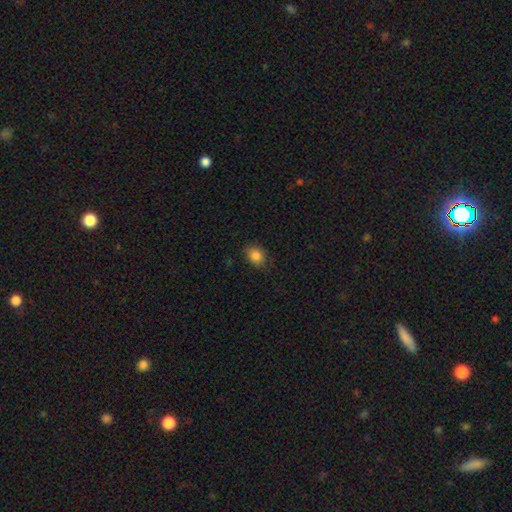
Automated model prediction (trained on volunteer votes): Smooth or featured?
  - smooth: 84% *
  - star or artifact: 10%
  - featured or disk: 5%
How rounded?
  - in between: 52% *
  - round: 47%
  - cigar-shaped: 1%
Merging?
  - none: 80% *
  - minor disturbance: 15%
  - major disturbance: 3%
  - merger: 1%